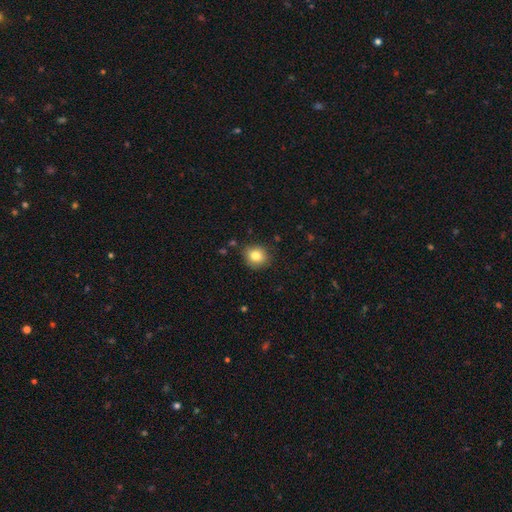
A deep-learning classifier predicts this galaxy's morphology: Smooth or featured? smooth (81%)
How rounded? round (82%)
Merging? none (85%)